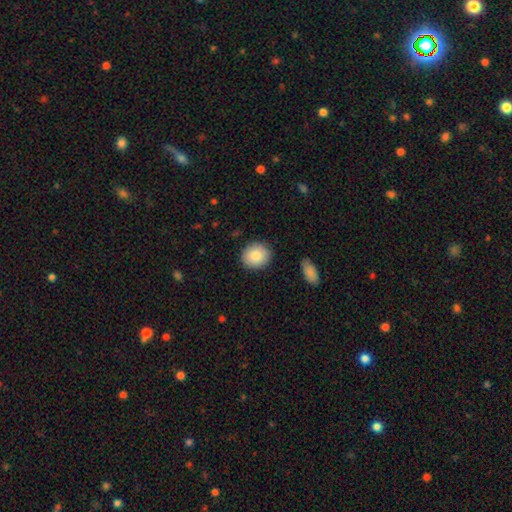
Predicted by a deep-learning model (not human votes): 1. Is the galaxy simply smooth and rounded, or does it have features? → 85% smooth, 8% featured or disk, 7% star or artifact.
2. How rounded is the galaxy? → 79% round, 20% in between, 1% cigar-shaped.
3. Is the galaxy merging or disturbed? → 89% none, 8% minor disturbance, 2% major disturbance, 1% merger.